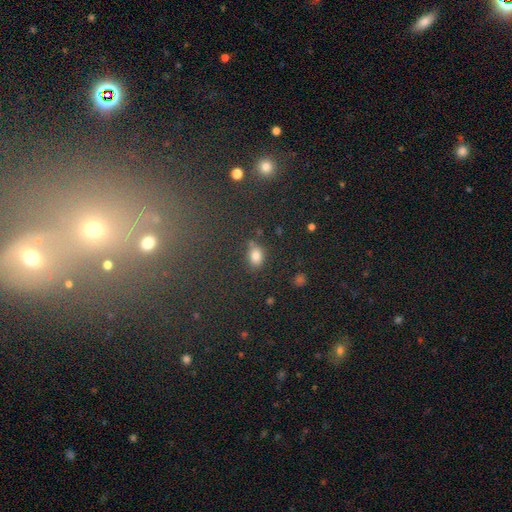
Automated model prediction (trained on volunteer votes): This is likely a smooth galaxy (79%). How rounded: likely in between (73%). Merging: likely none (74%).